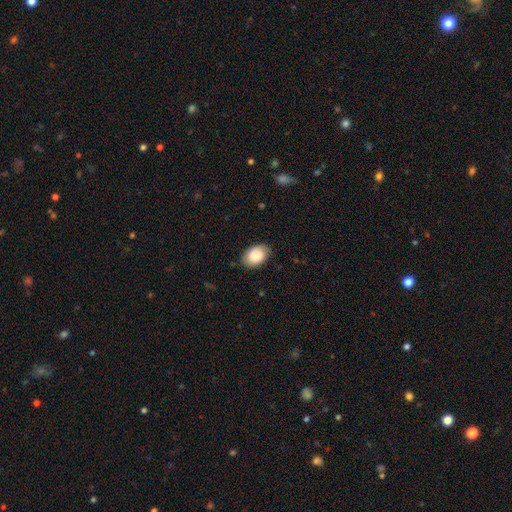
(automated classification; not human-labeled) Overall: smooth (85%). How rounded: in between (88%). Merging: none (81%).